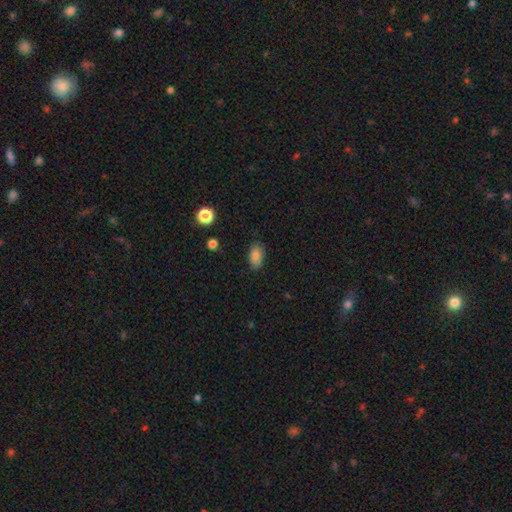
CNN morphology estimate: Smooth or featured: smooth — 82% (star or artifact — 9%)
How rounded: in between — 89% (round — 9%)
Merging: none — 81% (minor disturbance — 15%)